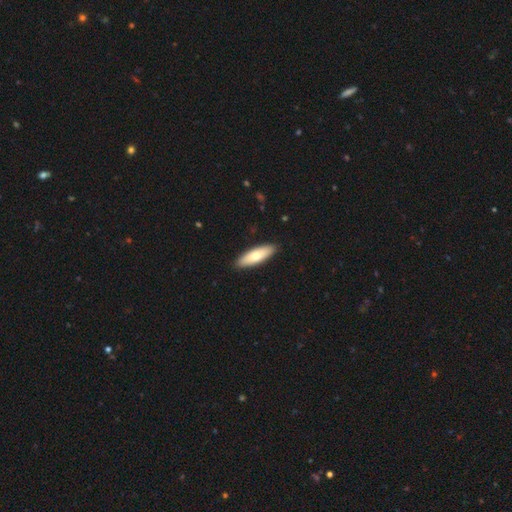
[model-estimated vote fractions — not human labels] Smooth or featured?
  - smooth: 70% *
  - featured or disk: 25%
  - star or artifact: 5%
How rounded?
  - in between: 53% *
  - cigar-shaped: 46%
  - round: 2%
Merging?
  - none: 90% *
  - minor disturbance: 7%
  - major disturbance: 1%
  - merger: 1%